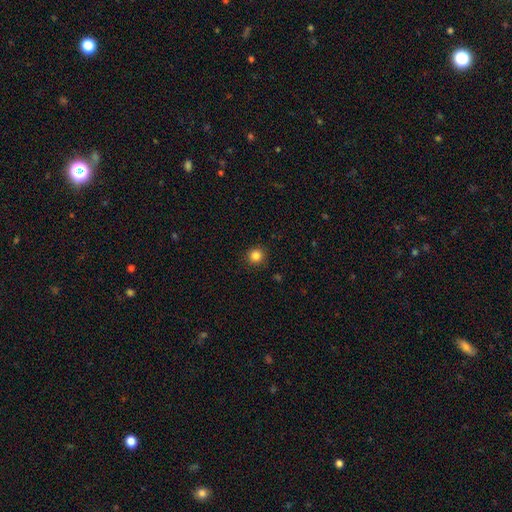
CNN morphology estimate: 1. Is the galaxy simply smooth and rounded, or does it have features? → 85% smooth, 11% star or artifact, 4% featured or disk.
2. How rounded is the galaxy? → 93% round, 6% in between, 1% cigar-shaped.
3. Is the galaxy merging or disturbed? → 91% none, 6% minor disturbance, 2% major disturbance, 1% merger.